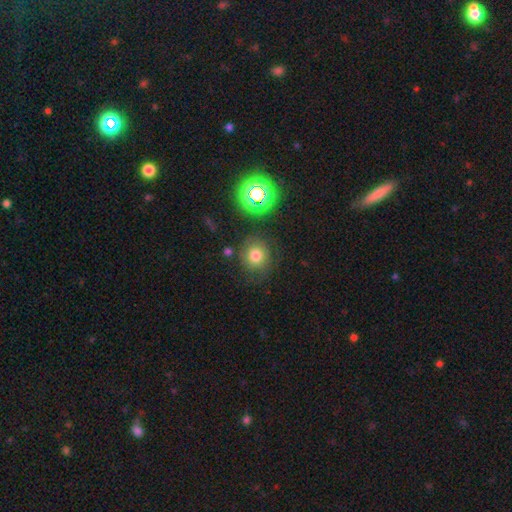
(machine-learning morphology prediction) This appears to be a smooth galaxy with no disk features (71%) that is round (87%). Merging: none (77%).